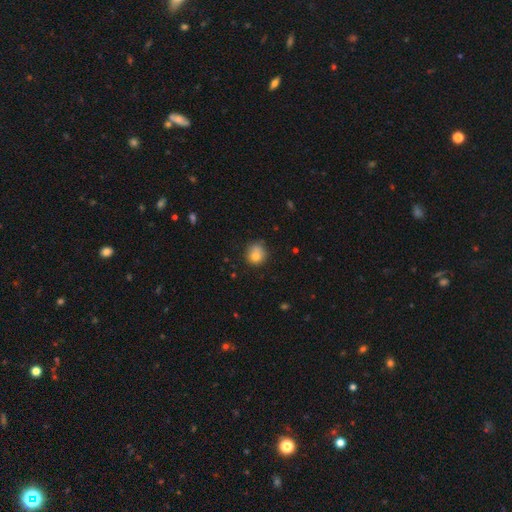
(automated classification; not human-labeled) Smooth or featured? Predicted: smooth (p=0.78). How rounded? Predicted: round (p=0.81). Merging? Predicted: none (p=0.62).